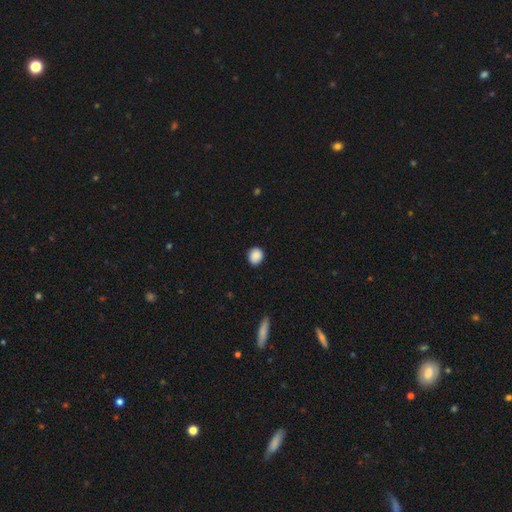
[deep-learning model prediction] Morphology: type=smooth (89%); roundness=round (77%); merging=none (88%).